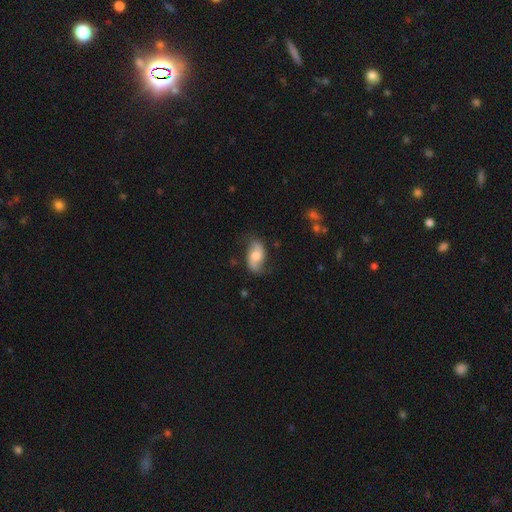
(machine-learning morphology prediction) This is possibly a featured or disk galaxy (54%). It is clearly not viewed edge-on (94%). Bar: likely no (62%). Spiral arm pattern: clearly yes (85%). Central bulge: likely moderate (64%). Merging: likely none (71%).